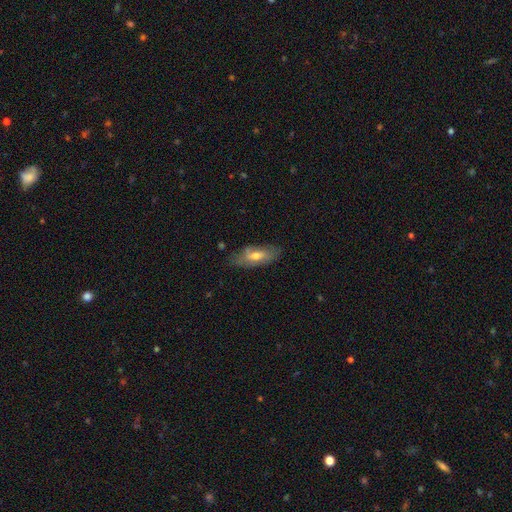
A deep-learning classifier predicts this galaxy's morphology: A smooth galaxy with no disk features (55%) that is in between round and cigar-shaped (74%).

Vote fractions:
- Smooth or featured? smooth: 55% / featured or disk: 38% / star or artifact: 7%
- How rounded? in between: 74% / cigar-shaped: 24% / round: 3%
- Merging? none: 71% / minor disturbance: 21% / major disturbance: 5% / merger: 3%